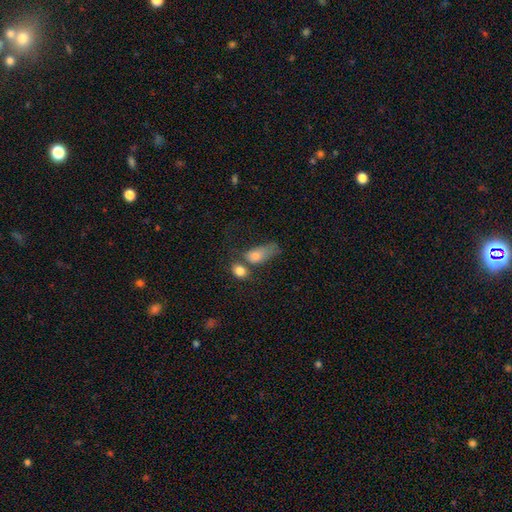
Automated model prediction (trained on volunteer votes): Smooth or featured? Predicted: smooth (p=0.71). How rounded? Predicted: in between (p=0.78). Merging? Predicted: merger (p=0.41).